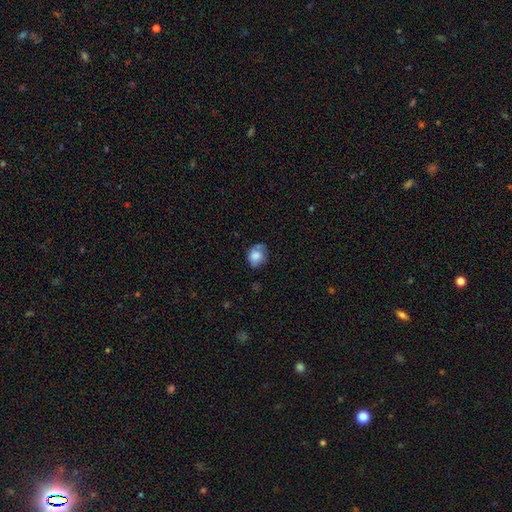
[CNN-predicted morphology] Smooth or featured?
  - smooth: 77% *
  - featured or disk: 14%
  - star or artifact: 9%
How rounded?
  - round: 52% *
  - in between: 47%
  - cigar-shaped: 1%
Merging?
  - none: 56% *
  - minor disturbance: 32%
  - major disturbance: 9%
  - merger: 2%